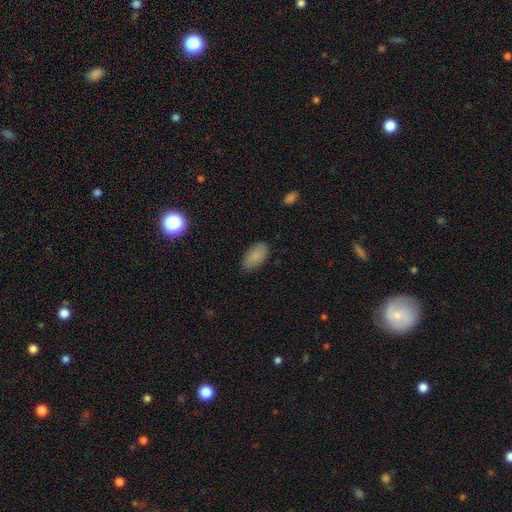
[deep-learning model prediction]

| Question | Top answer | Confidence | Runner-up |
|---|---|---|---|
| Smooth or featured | smooth | 86% | star or artifact (9%) |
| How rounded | in between | 93% | cigar-shaped (4%) |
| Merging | none | 82% | minor disturbance (14%) |